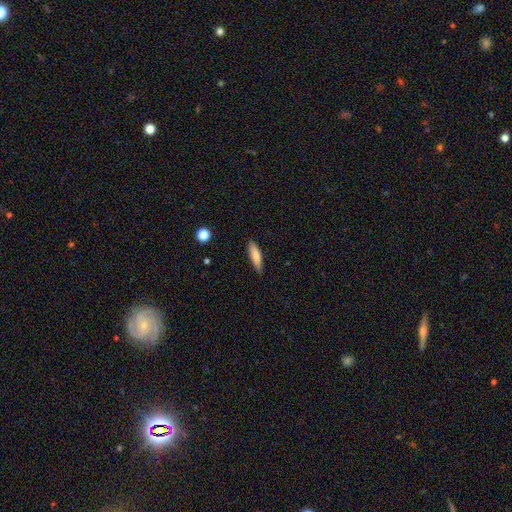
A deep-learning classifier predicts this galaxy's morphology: Overall: smooth (79%). How rounded: cigar-shaped (69%; in between 29%). Merging: none (83%).